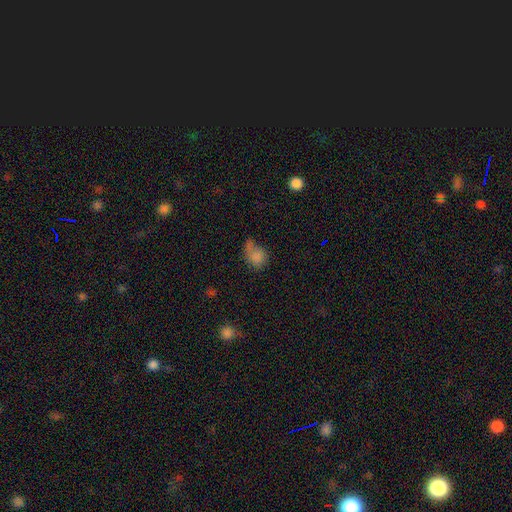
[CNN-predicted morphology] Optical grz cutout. It shows a smooth galaxy with no disk features (77%) that is in between round and cigar-shaped (49%, tied with round). Merging: none (34%).